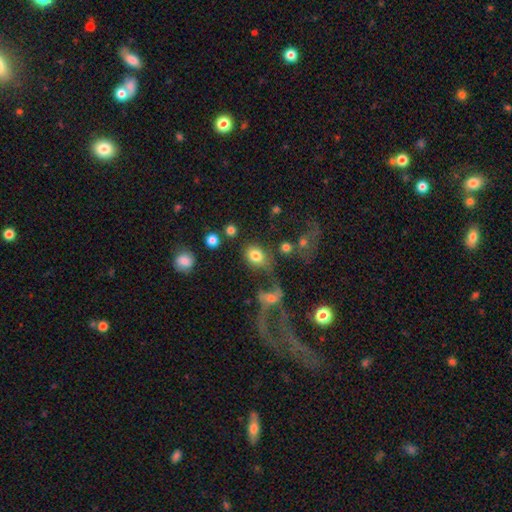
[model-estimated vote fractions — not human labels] Q: Smooth or featured?
A: smooth (77%); runner-up: featured or disk (12%)
Q: How rounded?
A: in between (61%); runner-up: round (37%)
Q: Merging?
A: none (54%); runner-up: merger (18%)